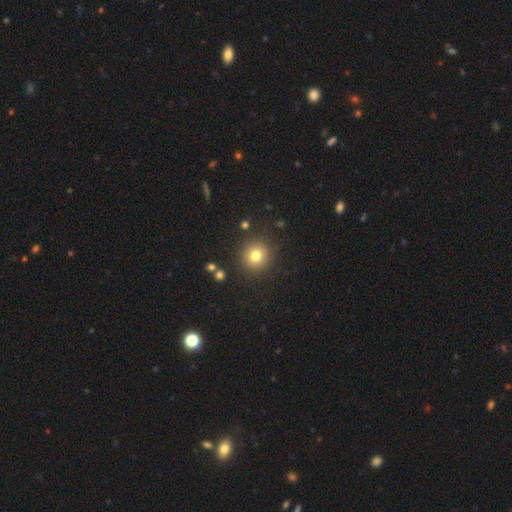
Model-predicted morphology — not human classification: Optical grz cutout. It shows a smooth galaxy with no disk features (78%) that is round (93%). Merging: none (88%).